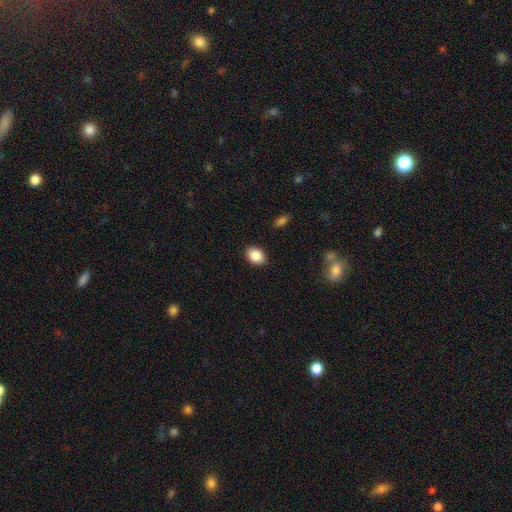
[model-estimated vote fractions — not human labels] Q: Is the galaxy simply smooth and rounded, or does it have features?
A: smooth — 88%.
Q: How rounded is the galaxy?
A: in between — 71%.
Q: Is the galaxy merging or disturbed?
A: none — 89%.